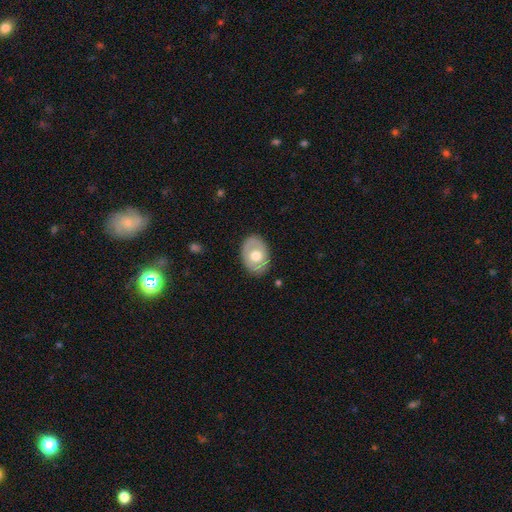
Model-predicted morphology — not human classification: This is possibly a smooth galaxy (52%). How rounded: likely in between (74%). Merging: clearly none (82%).